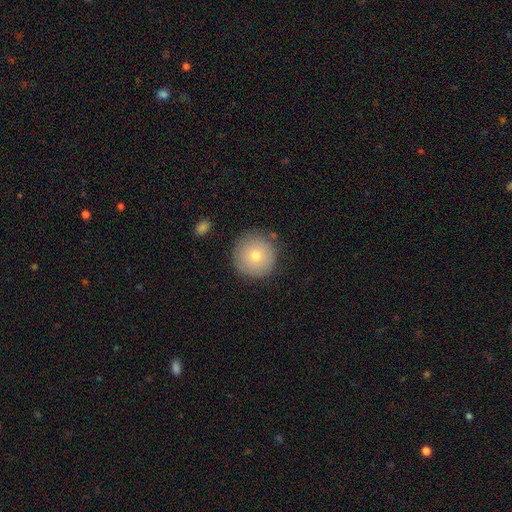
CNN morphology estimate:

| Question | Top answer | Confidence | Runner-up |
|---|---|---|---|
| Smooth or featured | smooth | 73% | featured or disk (18%) |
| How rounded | round | 96% | in between (3%) |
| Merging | none | 86% | minor disturbance (10%) |